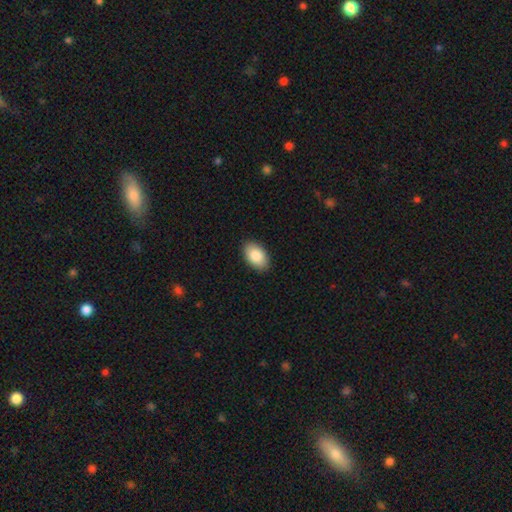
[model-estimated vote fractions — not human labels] smooth-or-featured: smooth: 87% | featured or disk: 7% | star or artifact: 6%
  how-rounded: in between: 93% | round: 5% | cigar-shaped: 1%
  merging: none: 89% | minor disturbance: 8% | major disturbance: 2% | merger: 1%